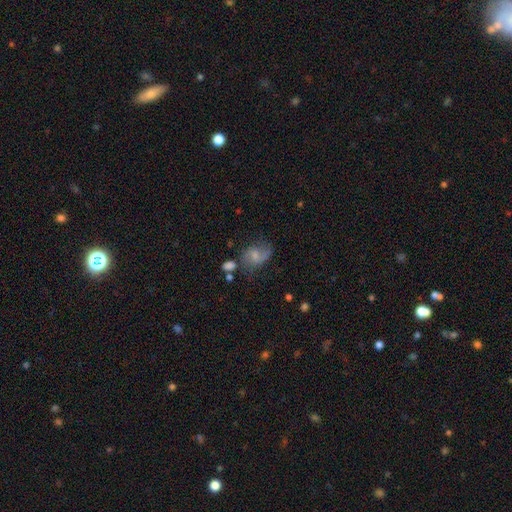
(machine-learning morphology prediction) This appears to be a featured or disk galaxy (47%). Merging: none (44%).